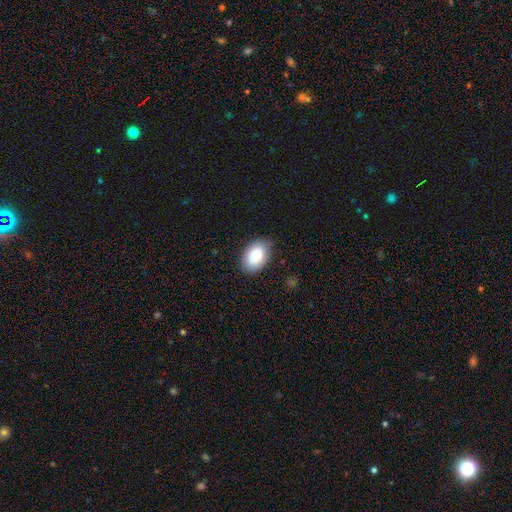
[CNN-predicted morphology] smooth-or-featured: smooth: 86% | featured or disk: 8% | star or artifact: 6%
  how-rounded: in between: 91% | round: 8% | cigar-shaped: 1%
  merging: none: 85% | minor disturbance: 12% | major disturbance: 2% | merger: 1%